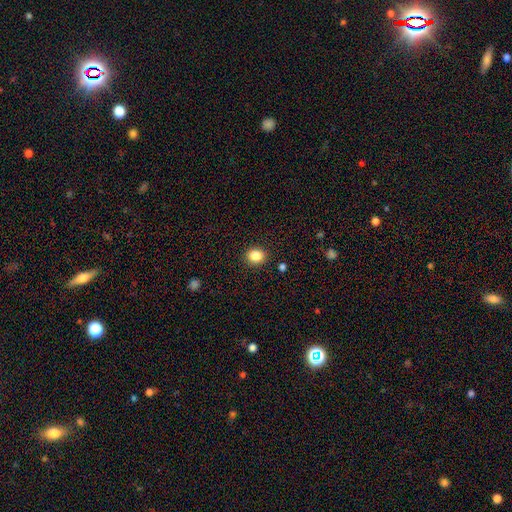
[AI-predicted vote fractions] Morphology: type=smooth (85%); roundness=round (70%); merging=none (90%).